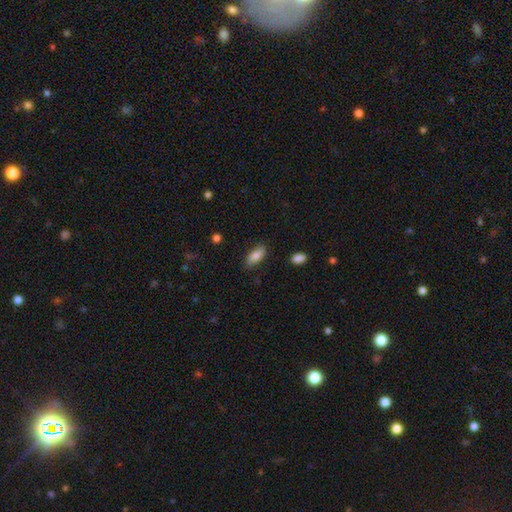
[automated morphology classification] The model was most divided on "merging": none: 82%, minor disturbance: 13%, major disturbance: 3%, merger: 2%. More confident: how rounded — in between (85%); smooth or featured — smooth (83%).